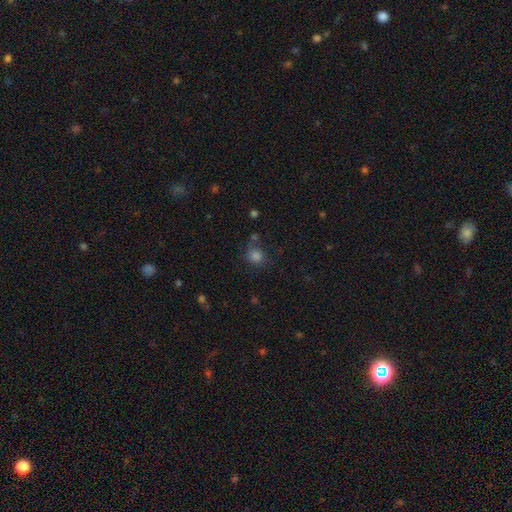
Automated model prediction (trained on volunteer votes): Overall: smooth (76%). How rounded: round (84%). Merging: none (70%).